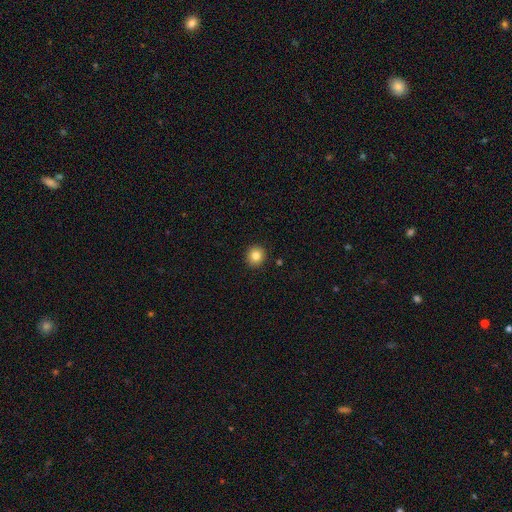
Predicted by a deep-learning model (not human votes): smooth-or-featured: smooth: 83% | star or artifact: 11% | featured or disk: 7%
  how-rounded: round: 92% | in between: 7% | cigar-shaped: 1%
  merging: none: 92% | minor disturbance: 5% | major disturbance: 2% | merger: 1%